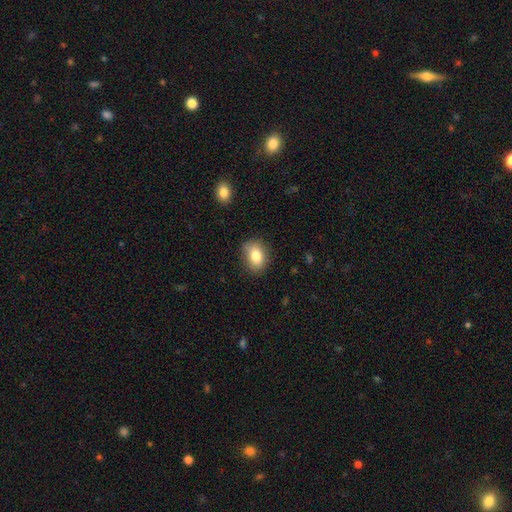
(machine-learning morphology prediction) Smooth or featured: smooth — 82% (featured or disk — 9%)
How rounded: in between — 73% (round — 25%)
Merging: none — 79% (minor disturbance — 16%)